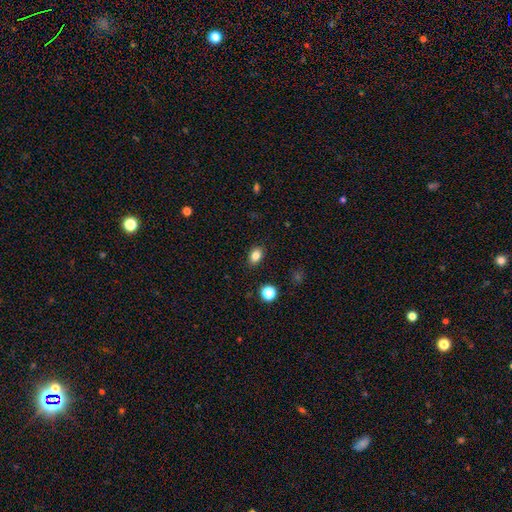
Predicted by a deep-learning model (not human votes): Smooth or featured?
  - smooth: 83% *
  - star or artifact: 11%
  - featured or disk: 6%
How rounded?
  - in between: 75% *
  - round: 23%
  - cigar-shaped: 1%
Merging?
  - none: 88% *
  - minor disturbance: 8%
  - major disturbance: 2%
  - merger: 1%